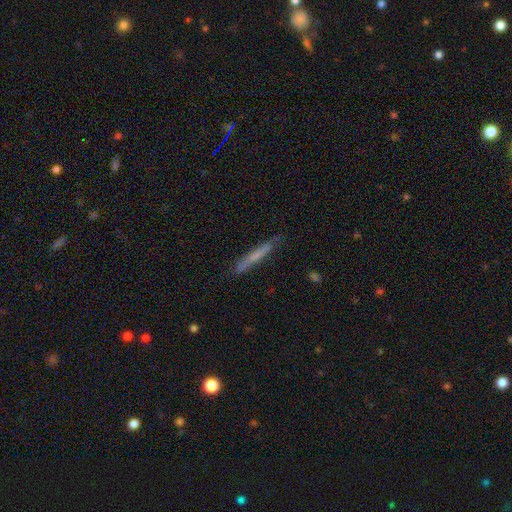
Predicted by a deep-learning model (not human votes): Smooth or featured?
  - smooth: 54% *
  - featured or disk: 39%
  - star or artifact: 7%
How rounded?
  - cigar-shaped: 95% *
  - in between: 3%
  - round: 2%
Merging?
  - none: 82% *
  - minor disturbance: 14%
  - major disturbance: 3%
  - merger: 2%